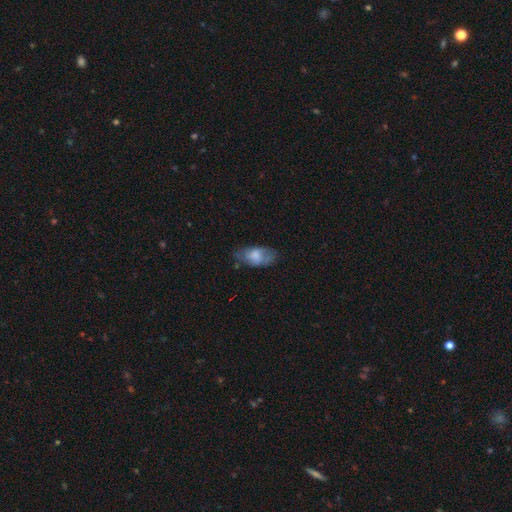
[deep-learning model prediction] Morphology: type=smooth (67%); roundness=in between (91%); merging=none (57%).